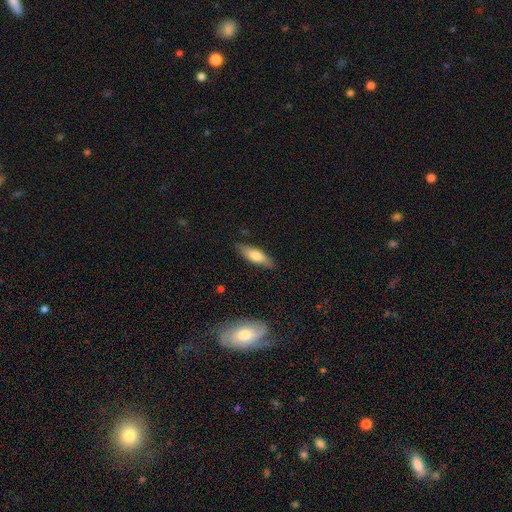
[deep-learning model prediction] Overall: smooth (71%). How rounded: cigar-shaped (52%; in between 46%). Merging: none (84%).